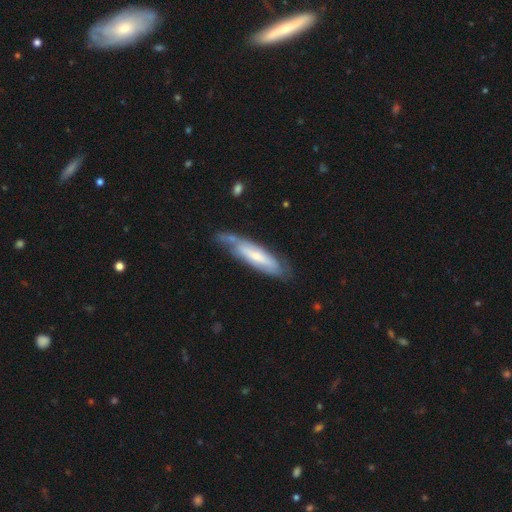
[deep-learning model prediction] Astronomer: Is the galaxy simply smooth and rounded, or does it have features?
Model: featured or disk — 55% (runner-up: smooth, 39%).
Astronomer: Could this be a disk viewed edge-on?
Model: no — 55% (runner-up: yes, 45%).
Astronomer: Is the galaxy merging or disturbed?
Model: none — 58%.